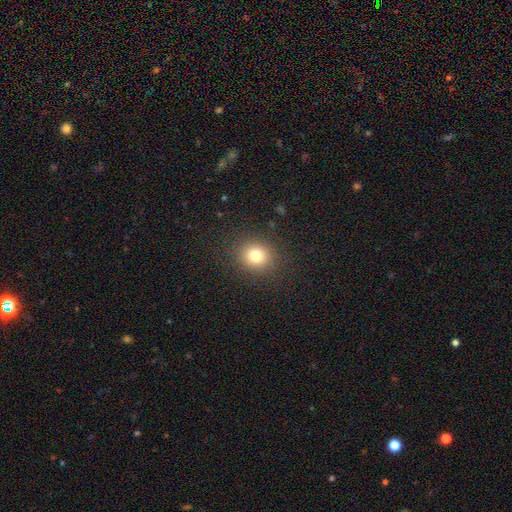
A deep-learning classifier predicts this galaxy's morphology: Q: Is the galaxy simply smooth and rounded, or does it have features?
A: smooth — 78%.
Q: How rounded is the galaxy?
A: round — 80%.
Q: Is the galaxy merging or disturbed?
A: none — 88%.